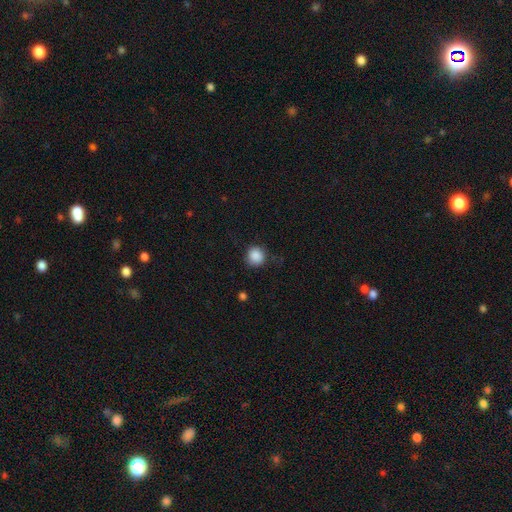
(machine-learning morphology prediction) smooth 88%, star or artifact 9%, featured or disk 3%. Down the decision tree: how rounded — round (89%); merging — none (77%).